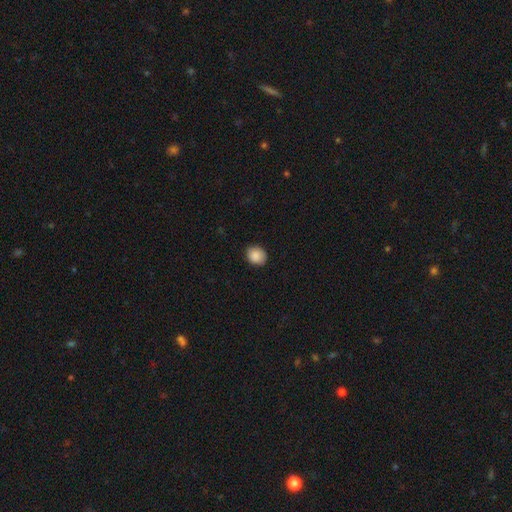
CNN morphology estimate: smooth-or-featured: smooth: 89% | star or artifact: 8% | featured or disk: 3%
  how-rounded: round: 68% | in between: 31% | cigar-shaped: 1%
  merging: none: 86% | minor disturbance: 11% | major disturbance: 2% | merger: 1%